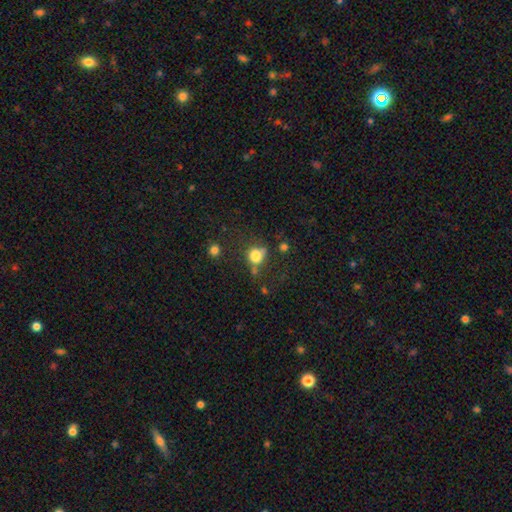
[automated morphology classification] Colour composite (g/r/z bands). It shows a smooth galaxy with no disk features (76%) that is round (67%). Merging: none (47%).